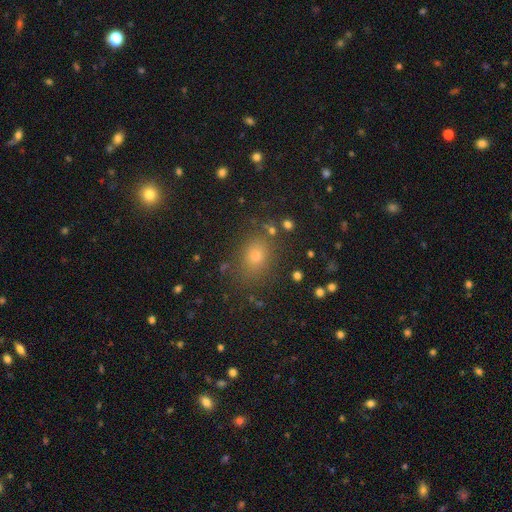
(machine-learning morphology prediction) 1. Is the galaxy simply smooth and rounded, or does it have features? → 68% smooth, 23% star or artifact, 9% featured or disk.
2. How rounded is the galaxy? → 53% round, 45% in between, 1% cigar-shaped.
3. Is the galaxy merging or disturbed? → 83% none, 10% minor disturbance, 4% major disturbance, 3% merger.